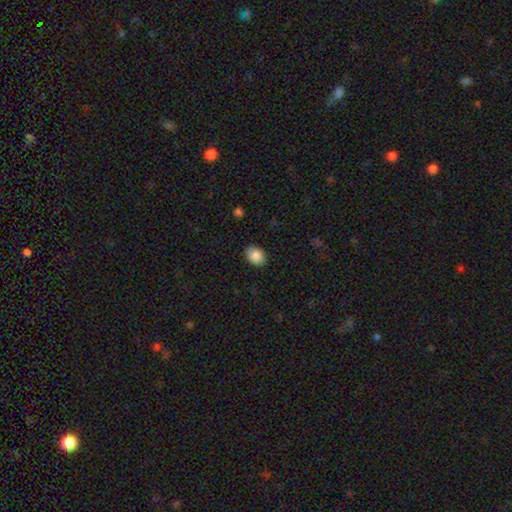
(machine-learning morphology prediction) The model was most divided on "how rounded": in between: 74%, round: 26%, cigar-shaped: 1%. More confident: merging — none (89%); smooth or featured — smooth (87%).